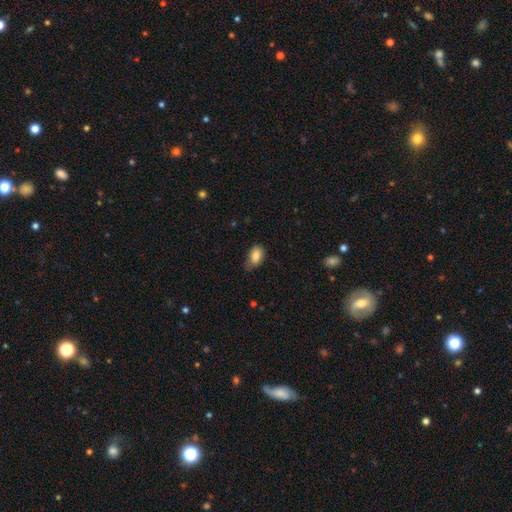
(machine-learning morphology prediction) Q: Smooth or featured?
A: smooth (83%); runner-up: featured or disk (9%)
Q: How rounded?
A: in between (90%); runner-up: round (8%)
Q: Merging?
A: none (56%); runner-up: minor disturbance (34%)